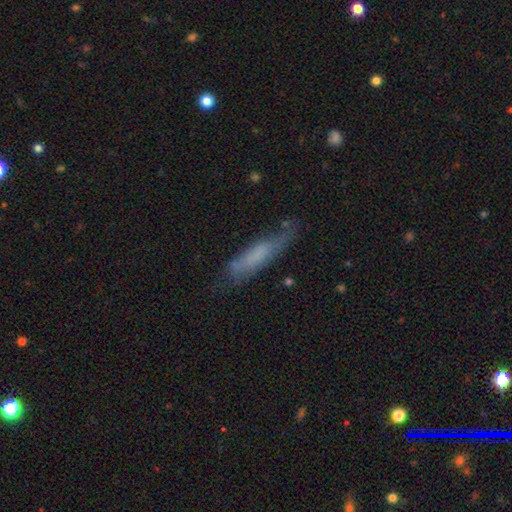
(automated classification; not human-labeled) smooth_or_featured: smooth (p=0.57) [alt: featured or disk p=0.35]
how_rounded: cigar-shaped (p=0.80) [alt: in between p=0.18]
merging: none (p=0.59) [alt: minor disturbance p=0.27]